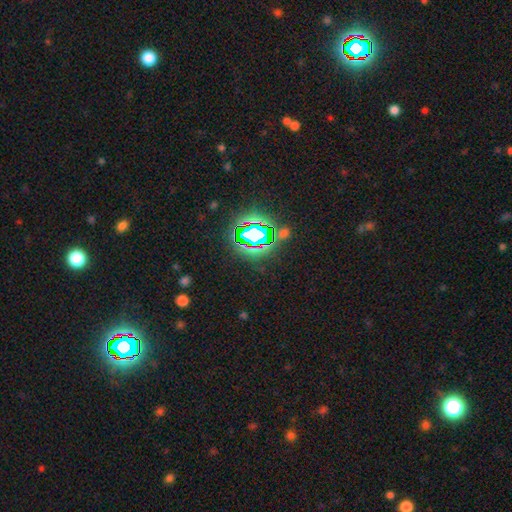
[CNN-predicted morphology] This is likely a star or artifact rather than a galaxy (79%).